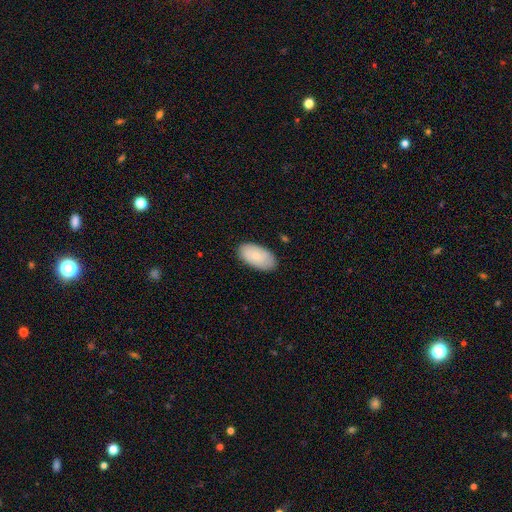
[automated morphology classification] This is likely a smooth galaxy (80%). How rounded: clearly in between (95%). Merging: clearly none (85%).